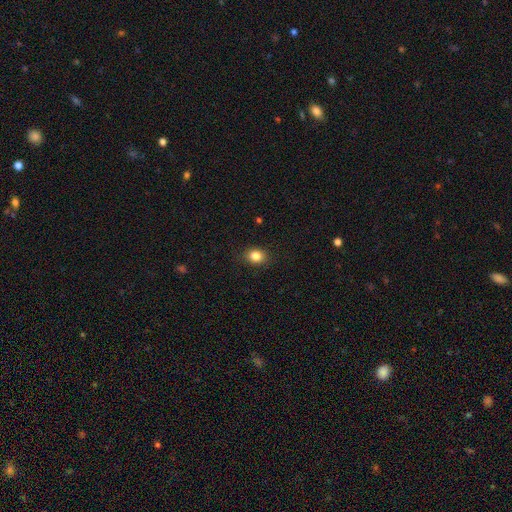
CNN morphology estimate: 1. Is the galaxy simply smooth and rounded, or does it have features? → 83% smooth, 11% star or artifact, 6% featured or disk.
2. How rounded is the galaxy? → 54% round, 45% in between, 1% cigar-shaped.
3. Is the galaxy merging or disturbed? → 88% none, 9% minor disturbance, 2% major disturbance, 1% merger.